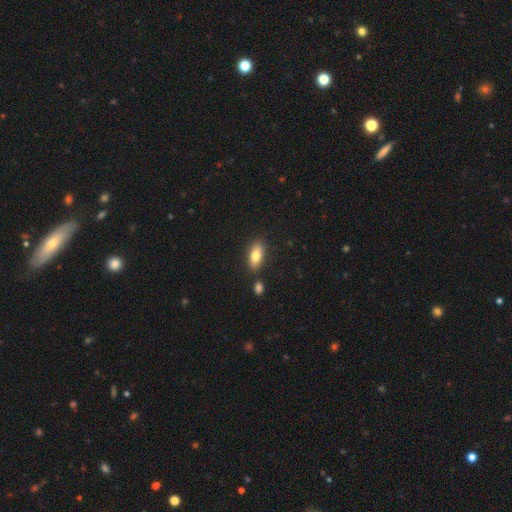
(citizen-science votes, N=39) Overall: smooth (69%). How rounded: in between (63%; cigar-shaped 37%). Merging: none (83%).